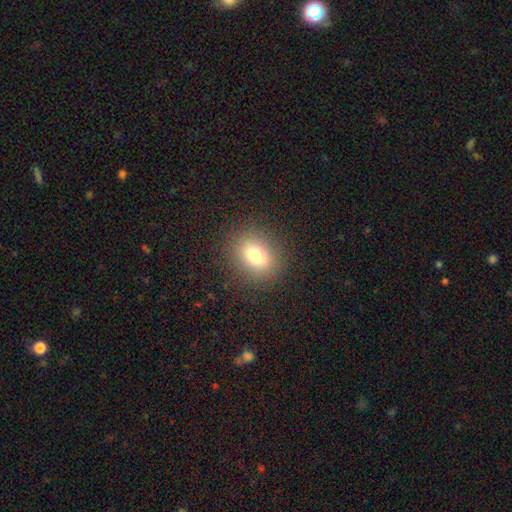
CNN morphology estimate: A smooth galaxy with no disk features (80%) that is in between round and cigar-shaped (57%).

Vote fractions:
- Smooth or featured? smooth: 80% / star or artifact: 11% / featured or disk: 9%
- How rounded? in between: 57% / round: 42% / cigar-shaped: 2%
- Merging? none: 88% / minor disturbance: 8% / major disturbance: 3% / merger: 1%